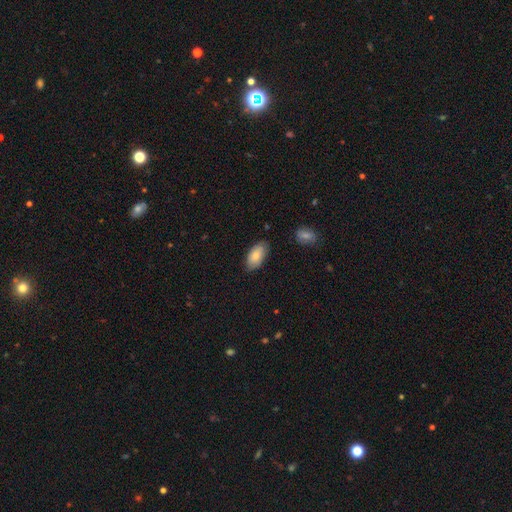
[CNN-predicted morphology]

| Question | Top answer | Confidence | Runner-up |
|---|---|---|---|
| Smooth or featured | smooth | 79% | featured or disk (14%) |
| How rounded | in between | 94% | cigar-shaped (3%) |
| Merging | none | 81% | minor disturbance (15%) |